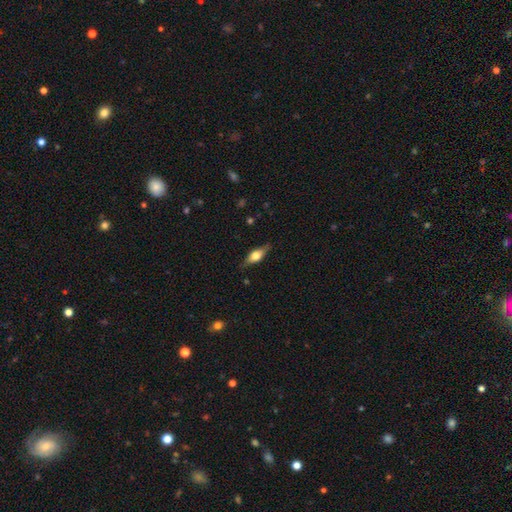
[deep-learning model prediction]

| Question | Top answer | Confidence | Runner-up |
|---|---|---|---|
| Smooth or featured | featured or disk | 53% | smooth (41%) |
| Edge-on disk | yes | 92% | no (8%) |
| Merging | none | 82% | minor disturbance (13%) |